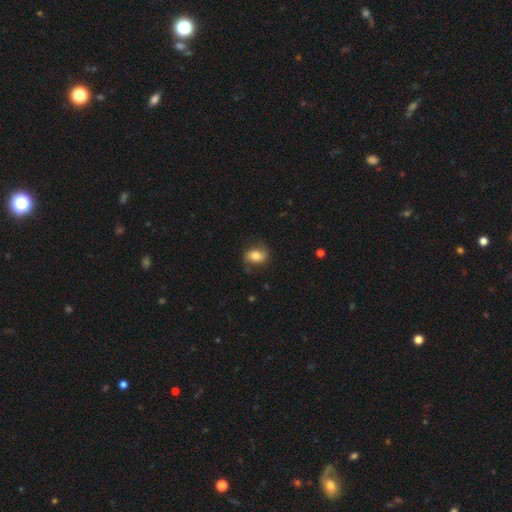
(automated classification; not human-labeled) This is likely a smooth galaxy (62%). How rounded: likely in between (70%). Merging: likely none (72%).